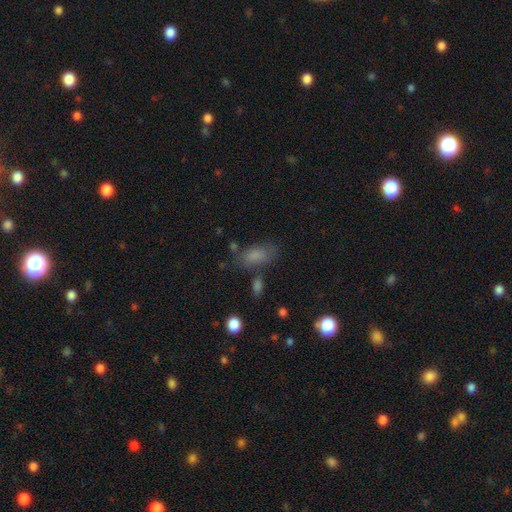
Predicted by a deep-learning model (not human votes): Morphology: type=smooth (79%); roundness=in between (86%); merging=none (62%).